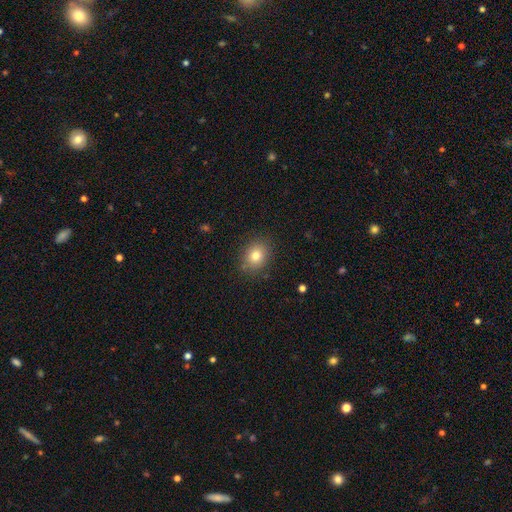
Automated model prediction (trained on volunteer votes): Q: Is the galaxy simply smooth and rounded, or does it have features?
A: smooth — 79%.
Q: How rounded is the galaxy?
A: round — 58%.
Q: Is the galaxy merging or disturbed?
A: none — 86%.